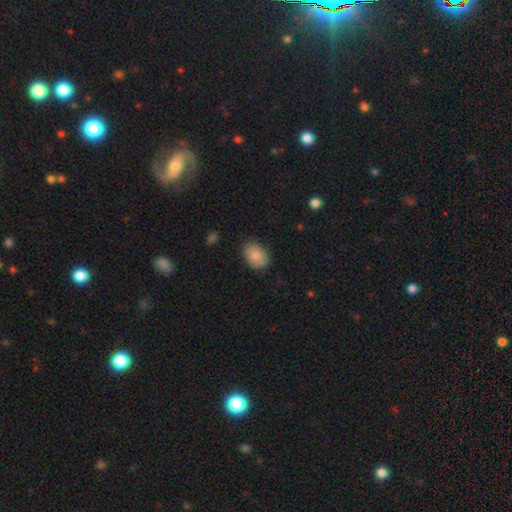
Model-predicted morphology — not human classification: Q: Smooth or featured?
A: smooth (84%); runner-up: featured or disk (10%)
Q: How rounded?
A: in between (76%); runner-up: round (23%)
Q: Merging?
A: none (83%); runner-up: minor disturbance (13%)